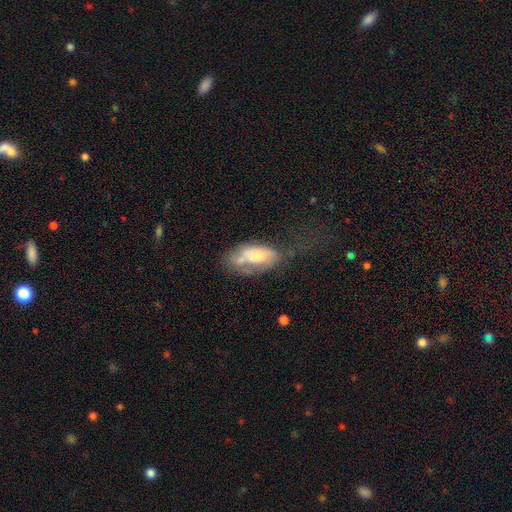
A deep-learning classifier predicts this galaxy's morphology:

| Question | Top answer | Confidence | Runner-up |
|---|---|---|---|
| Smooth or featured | smooth | 54% | featured or disk (39%) |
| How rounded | in between | 90% | cigar-shaped (6%) |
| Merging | major disturbance | 29% | none (27%) |